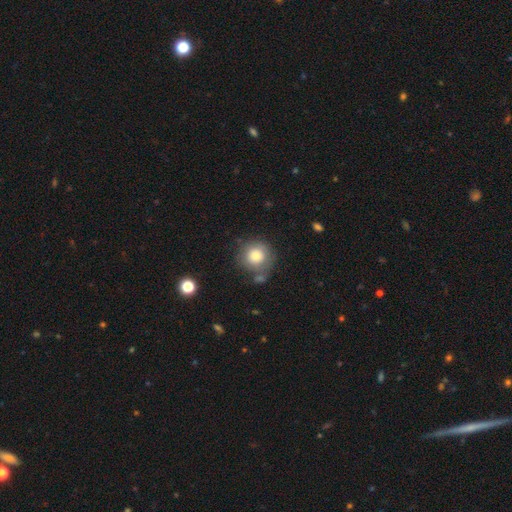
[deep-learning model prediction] Q: Smooth or featured?
A: smooth (80%); runner-up: featured or disk (12%)
Q: How rounded?
A: round (92%); runner-up: in between (7%)
Q: Merging?
A: none (65%); runner-up: minor disturbance (18%)